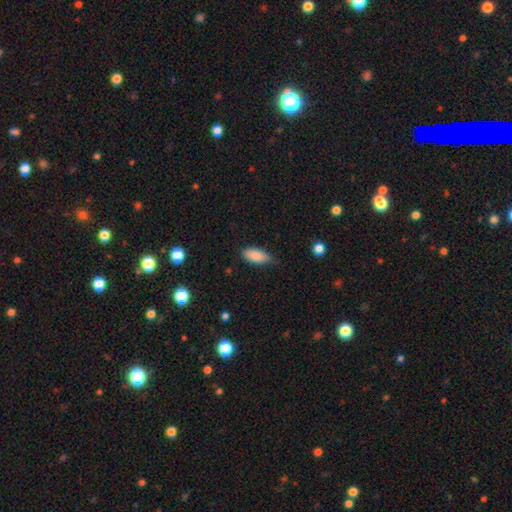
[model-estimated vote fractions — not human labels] This is clearly a smooth galaxy (86%). How rounded: clearly in between (87%). Merging: likely none (73%).